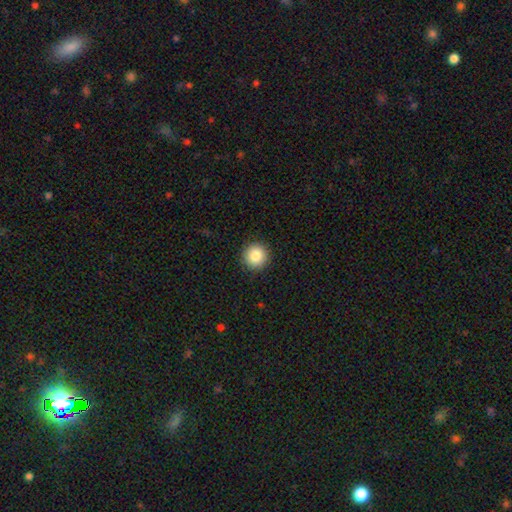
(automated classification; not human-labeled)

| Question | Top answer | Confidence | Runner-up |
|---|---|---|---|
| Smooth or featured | smooth | 85% | star or artifact (9%) |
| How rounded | round | 95% | in between (4%) |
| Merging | none | 92% | minor disturbance (5%) |